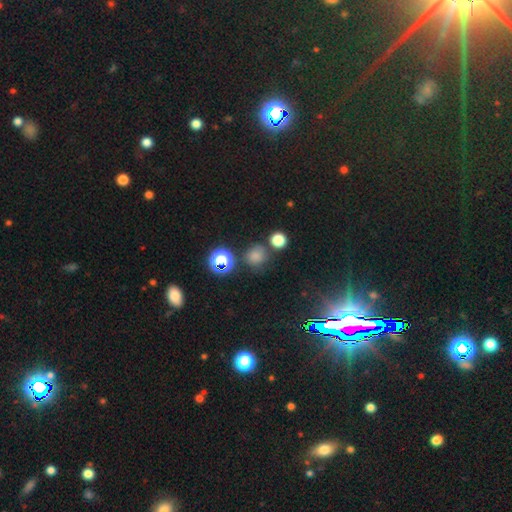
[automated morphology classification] Q: Smooth or featured?
A: smooth (70%); runner-up: star or artifact (23%)
Q: How rounded?
A: round (86%); runner-up: in between (13%)
Q: Merging?
A: none (70%); runner-up: minor disturbance (14%)